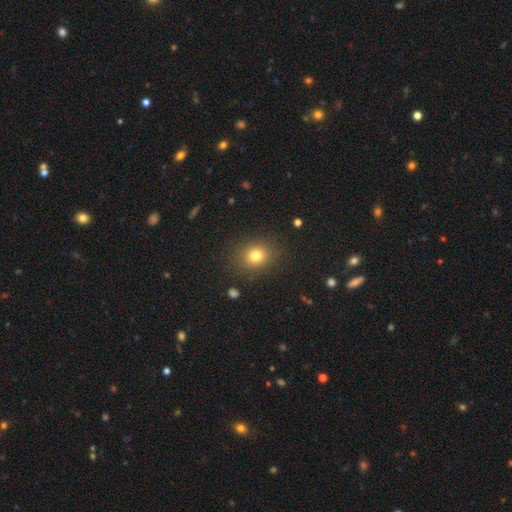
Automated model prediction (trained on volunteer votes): A smooth galaxy with no disk features (78%) that is round (66%). Merging: none (86%).